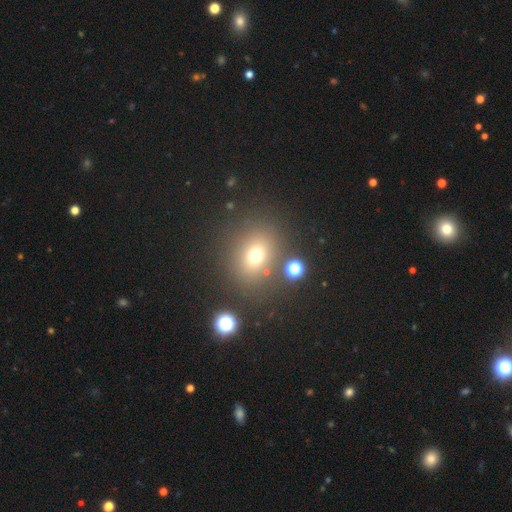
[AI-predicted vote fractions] This appears to be a smooth galaxy with no disk features (69%) that is round (66%). Merging: none (78%).